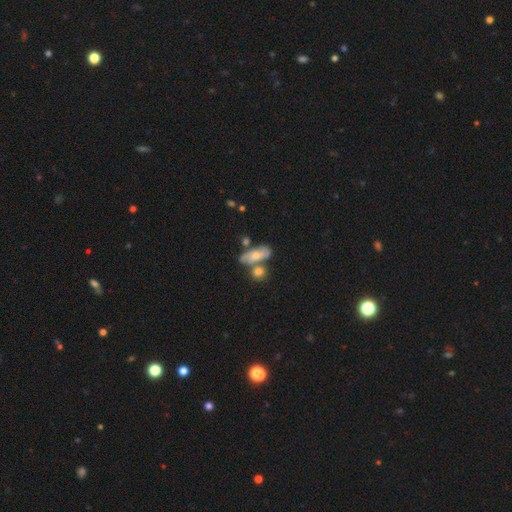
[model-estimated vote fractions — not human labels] This is possibly a smooth galaxy (58%). How rounded: likely in between (74%). Merging: possibly none (47%).